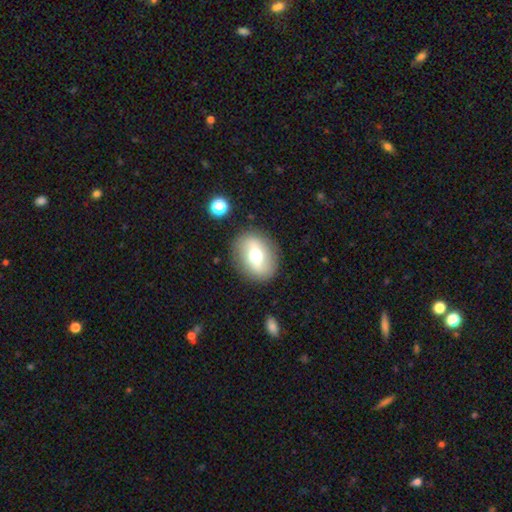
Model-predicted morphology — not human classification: type=smooth (51%); roundness=in between (51%); merging=none (84%).